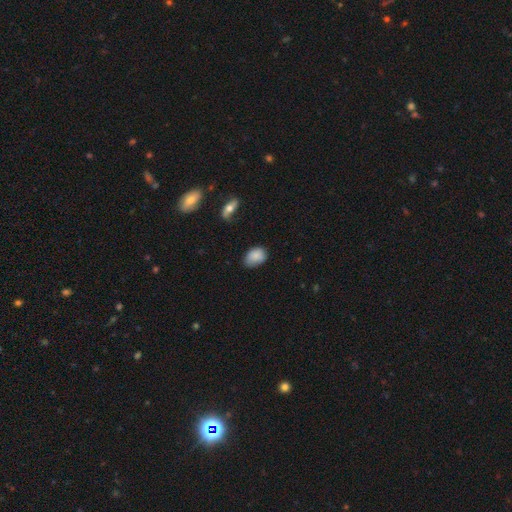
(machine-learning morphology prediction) The model was most divided on "merging": none: 64%, minor disturbance: 29%, major disturbance: 5%, merger: 2%. More confident: smooth or featured — smooth (85%); how rounded — in between (81%).